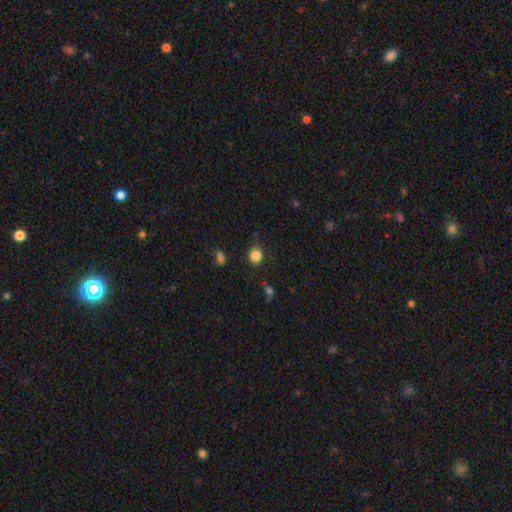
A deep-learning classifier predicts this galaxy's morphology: A smooth galaxy with no disk features (85%) that is round (78%). Merging: none (77%).